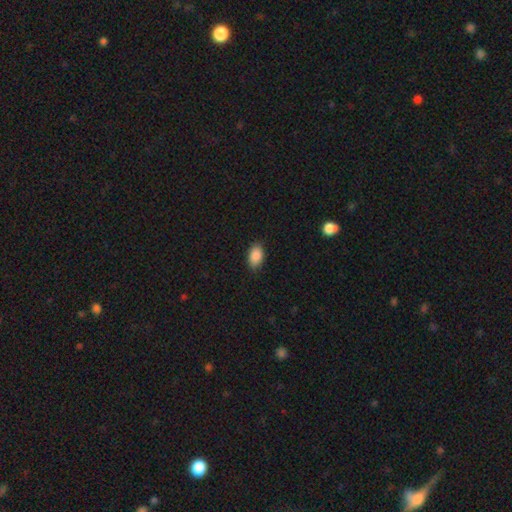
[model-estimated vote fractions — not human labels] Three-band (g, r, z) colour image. It shows a smooth galaxy with no disk features (89%) that is in between round and cigar-shaped (90%). Merging: none (83%).